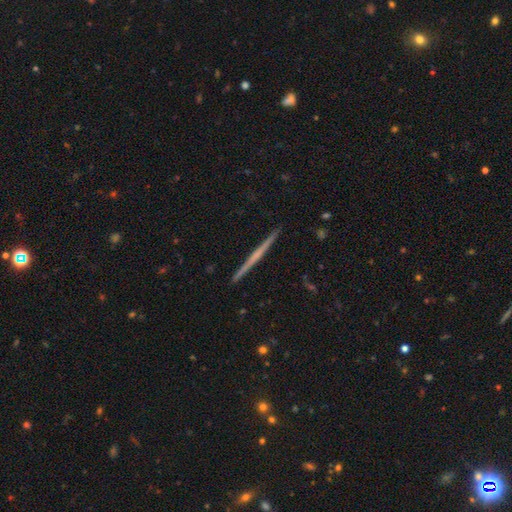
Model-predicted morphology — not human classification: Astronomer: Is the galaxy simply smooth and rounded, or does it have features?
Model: featured or disk — 68%.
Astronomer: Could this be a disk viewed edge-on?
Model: yes — 99%.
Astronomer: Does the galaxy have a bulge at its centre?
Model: none — 73%.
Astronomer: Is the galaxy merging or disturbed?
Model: none — 94%.